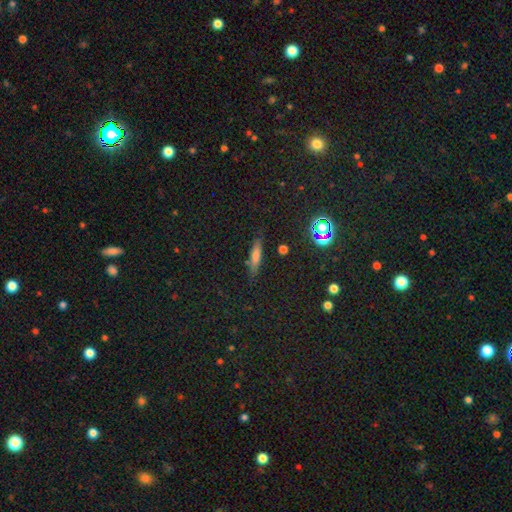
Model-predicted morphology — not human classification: Q: Smooth or featured?
A: smooth (60%); runner-up: featured or disk (23%)
Q: How rounded?
A: cigar-shaped (75%); runner-up: in between (21%)
Q: Merging?
A: none (82%); runner-up: minor disturbance (13%)